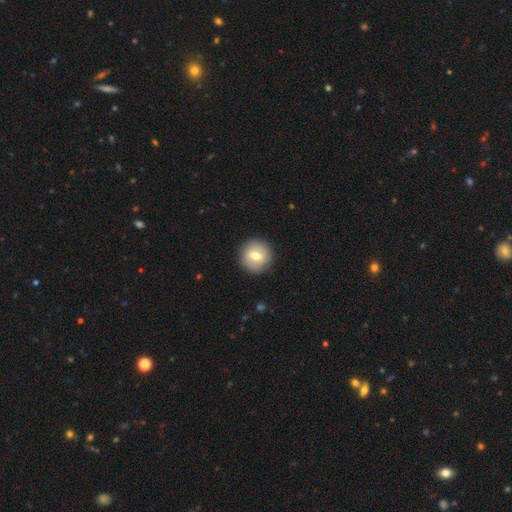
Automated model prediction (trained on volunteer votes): Smooth or featured? Predicted: smooth (p=0.67). How rounded? Predicted: round (p=0.93). Merging? Predicted: none (p=0.89).